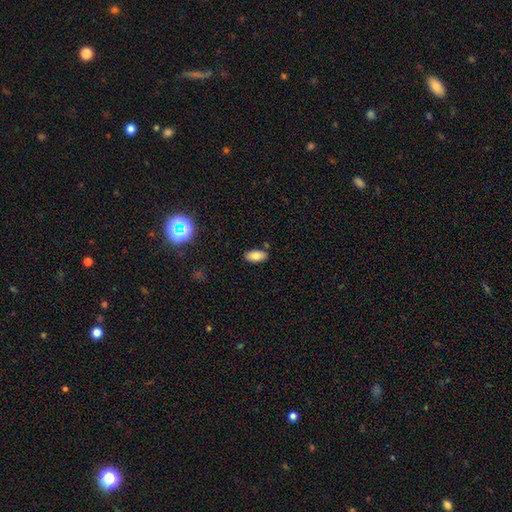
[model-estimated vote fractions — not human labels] This appears to be a smooth galaxy with no disk features (79%) that is in between round and cigar-shaped (92%). Merging: none (84%).